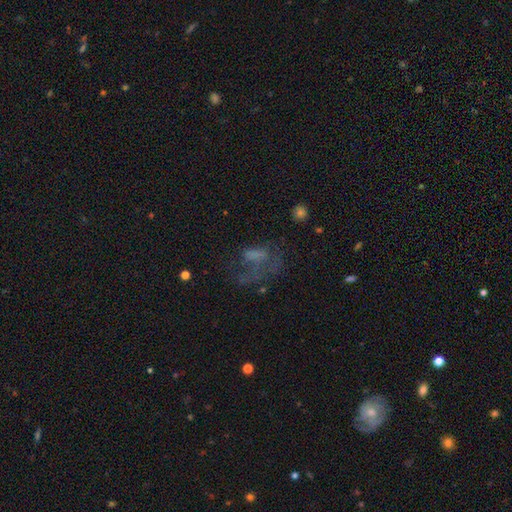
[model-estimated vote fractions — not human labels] This is marginally a featured or disk galaxy (42%). Merging: possibly major disturbance (53%).